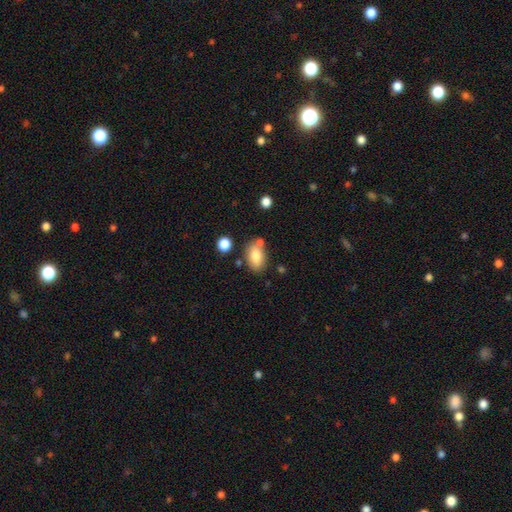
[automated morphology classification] This is clearly a smooth galaxy (80%). How rounded: clearly in between (89%). Merging: likely none (69%).